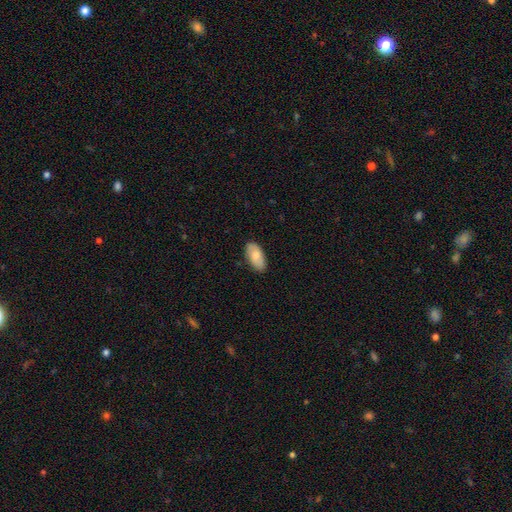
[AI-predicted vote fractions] smooth 79%, featured or disk 15%, star or artifact 6%. Down the decision tree: how rounded — in between (93%); merging — none (86%).